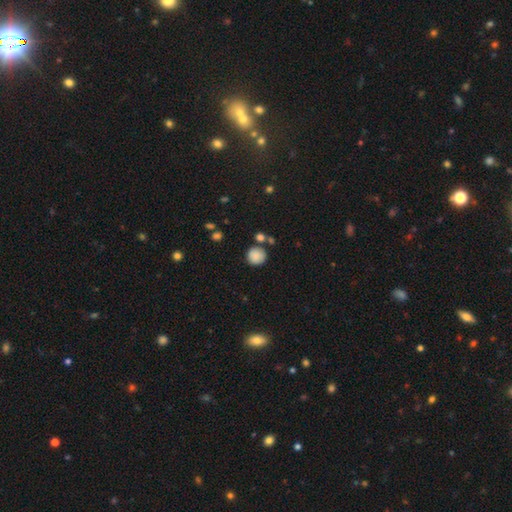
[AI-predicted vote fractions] smooth 86%, star or artifact 9%, featured or disk 5%. Down the decision tree: how rounded — round (92%); merging — none (76%).